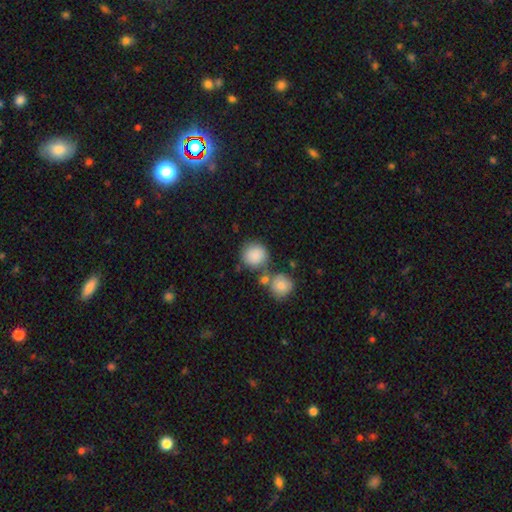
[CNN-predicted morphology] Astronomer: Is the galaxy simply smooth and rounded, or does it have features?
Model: smooth — 86%.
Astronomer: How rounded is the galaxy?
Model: round — 89%.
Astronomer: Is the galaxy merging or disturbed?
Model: none — 64%.